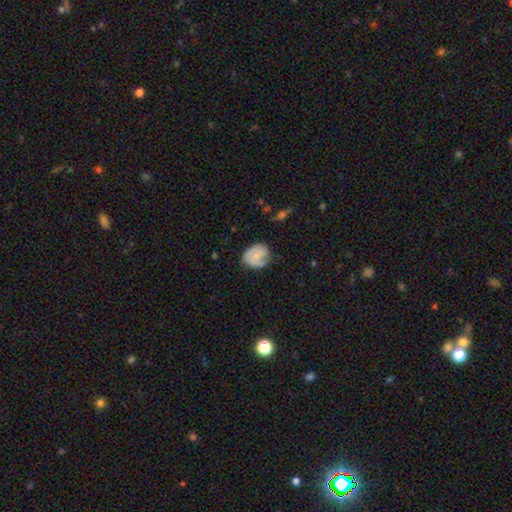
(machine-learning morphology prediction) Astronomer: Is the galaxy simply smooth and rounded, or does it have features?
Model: smooth — 52% (runner-up: featured or disk, 40%).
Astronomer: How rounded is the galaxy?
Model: round — 55% (runner-up: in between, 44%).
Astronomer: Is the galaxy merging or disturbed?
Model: none — 55% (runner-up: minor disturbance, 31%).